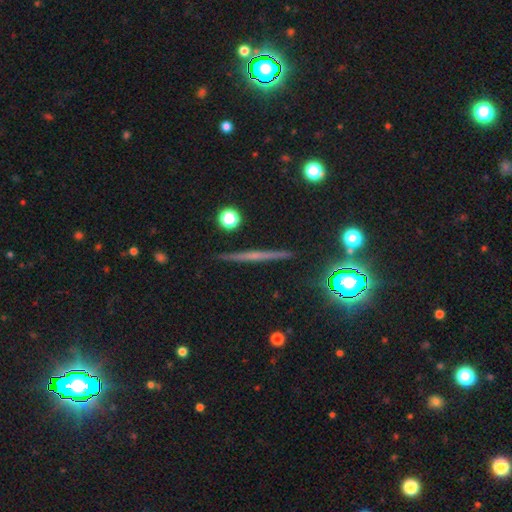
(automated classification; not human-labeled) Smooth or featured: featured or disk — 60% (smooth — 26%)
Edge-on disk: yes — 97% (no — 3%)
Edge-on bulge: none — 62% (rounded — 30%)
Merging: none — 91% (minor disturbance — 6%)